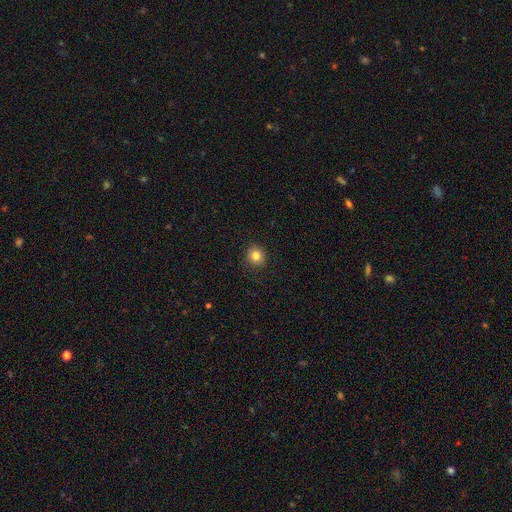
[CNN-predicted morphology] smooth-or-featured: smooth: 82% | star or artifact: 11% | featured or disk: 6%
  how-rounded: round: 88% | in between: 11% | cigar-shaped: 1%
  merging: none: 89% | minor disturbance: 8% | major disturbance: 2% | merger: 1%